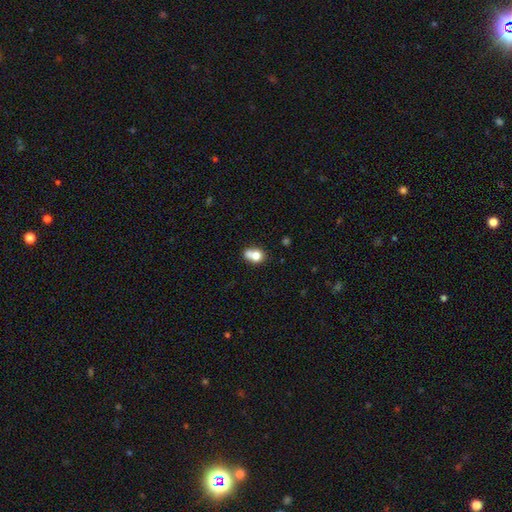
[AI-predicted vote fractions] Smooth or featured?
  - smooth: 73% *
  - featured or disk: 16%
  - star or artifact: 11%
How rounded?
  - round: 55% *
  - in between: 44%
  - cigar-shaped: 1%
Merging?
  - merger: 40% *
  - none: 39%
  - minor disturbance: 15%
  - major disturbance: 6%